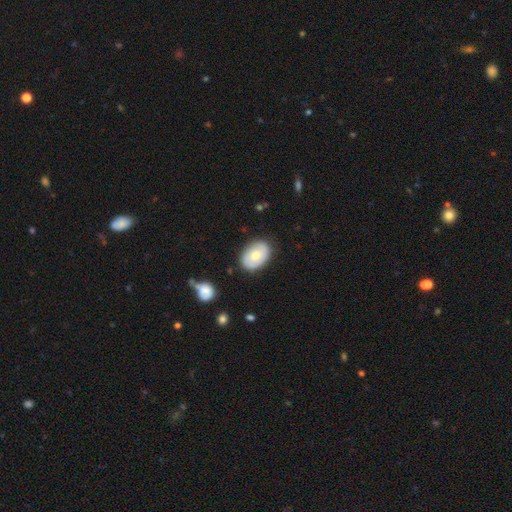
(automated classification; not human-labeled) Q: Smooth or featured?
A: smooth (63%); runner-up: featured or disk (31%)
Q: How rounded?
A: in between (82%); runner-up: round (17%)
Q: Merging?
A: none (82%); runner-up: minor disturbance (13%)